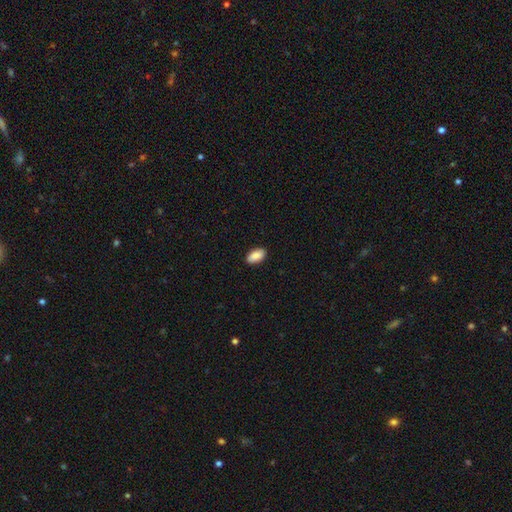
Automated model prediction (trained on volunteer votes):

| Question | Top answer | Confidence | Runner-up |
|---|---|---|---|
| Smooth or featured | smooth | 89% | star or artifact (6%) |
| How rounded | in between | 93% | cigar-shaped (4%) |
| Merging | none | 90% | minor disturbance (8%) |